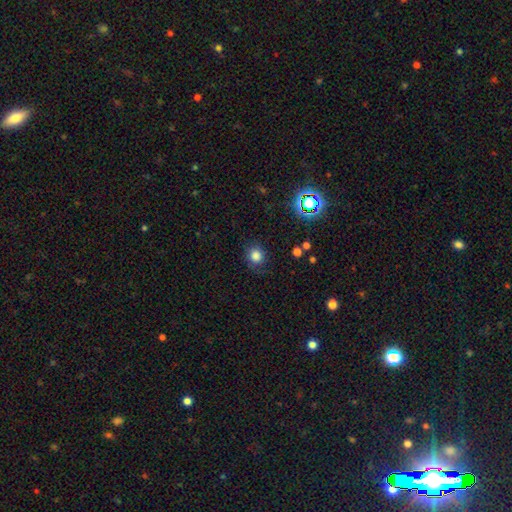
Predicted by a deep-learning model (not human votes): smooth 80%, star or artifact 14%, featured or disk 6%. Down the decision tree: how rounded — round (83%); merging — none (78%).